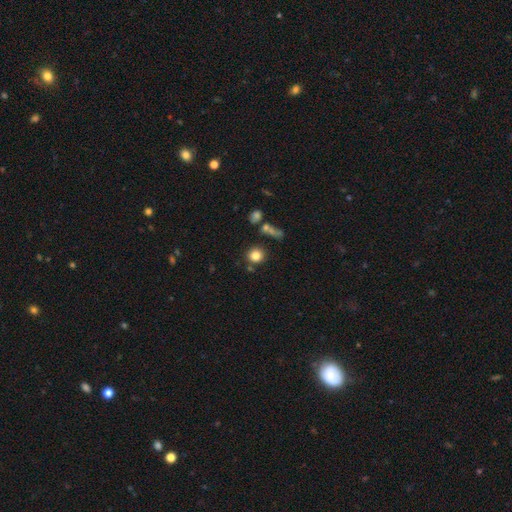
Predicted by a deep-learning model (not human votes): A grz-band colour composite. It shows a smooth galaxy with no disk features (81%) that is round (88%). Merging: none (78%).